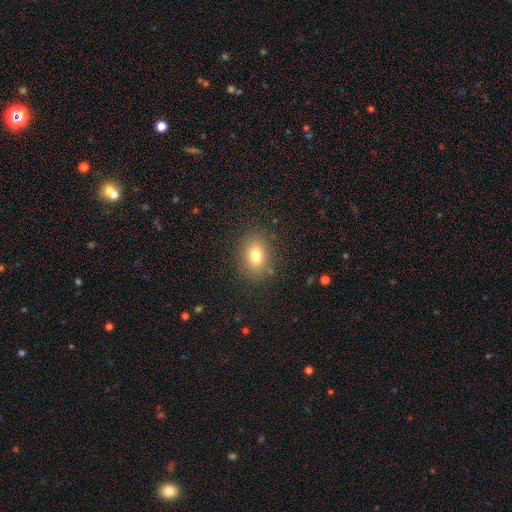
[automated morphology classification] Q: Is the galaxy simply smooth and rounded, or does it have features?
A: smooth — 79%.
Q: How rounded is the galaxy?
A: in between — 68%.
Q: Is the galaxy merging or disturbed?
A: none — 84%.